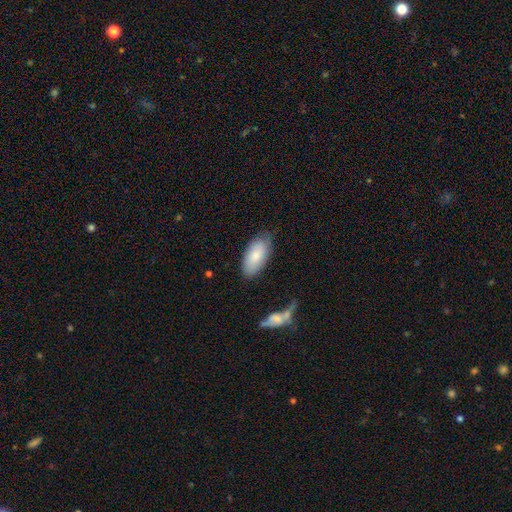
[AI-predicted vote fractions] Smooth or featured? Predicted: smooth (p=0.80). How rounded? Predicted: in between (p=0.93). Merging? Predicted: none (p=0.75).